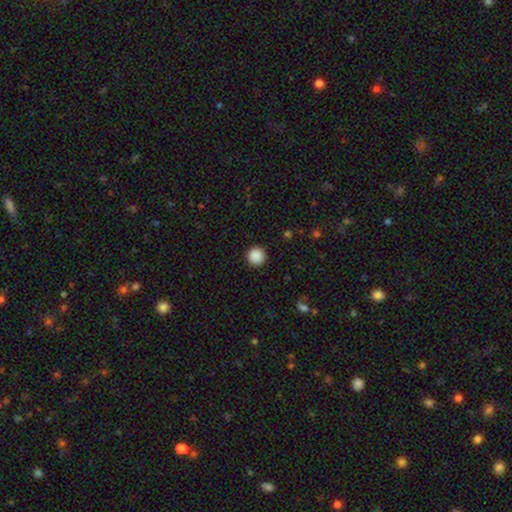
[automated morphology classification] Smooth or featured: smooth — 88% (star or artifact — 9%)
How rounded: round — 96% (in between — 3%)
Merging: none — 92% (minor disturbance — 5%)